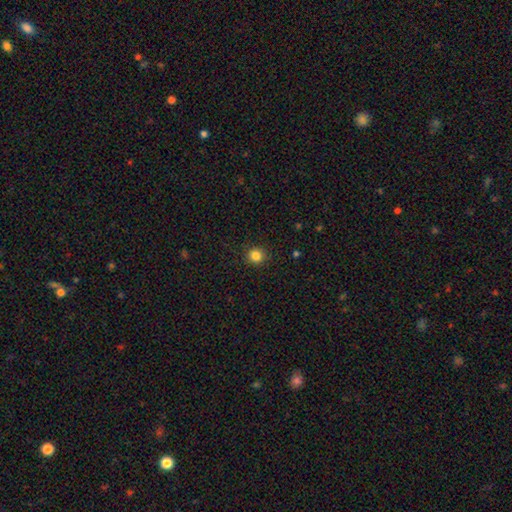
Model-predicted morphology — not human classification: smooth_or_featured: smooth (p=0.84) [alt: star or artifact p=0.12]
how_rounded: round (p=0.92) [alt: in between p=0.07]
merging: none (p=0.91) [alt: minor disturbance p=0.06]